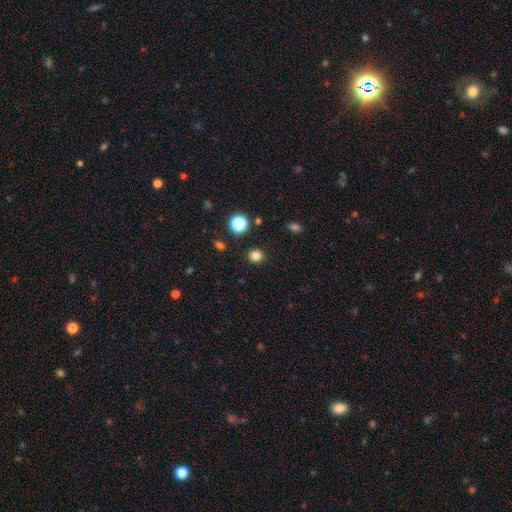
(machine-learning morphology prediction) This is clearly a smooth galaxy (81%). How rounded: clearly round (81%). Merging: clearly none (90%).